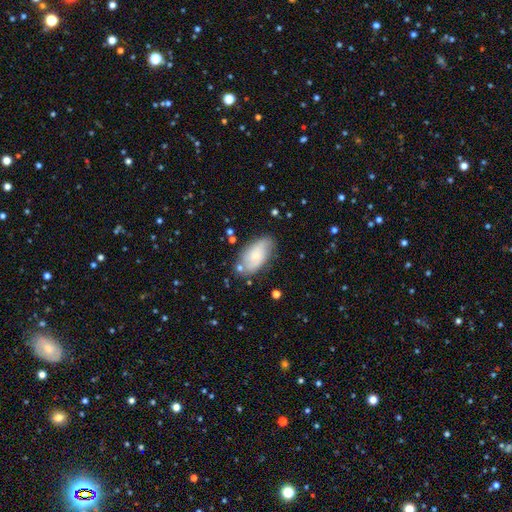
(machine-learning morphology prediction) smooth_or_featured: smooth (p=0.52) [alt: featured or disk p=0.40]
how_rounded: in between (p=0.92) [alt: cigar-shaped p=0.04]
merging: none (p=0.68) [alt: minor disturbance p=0.21]